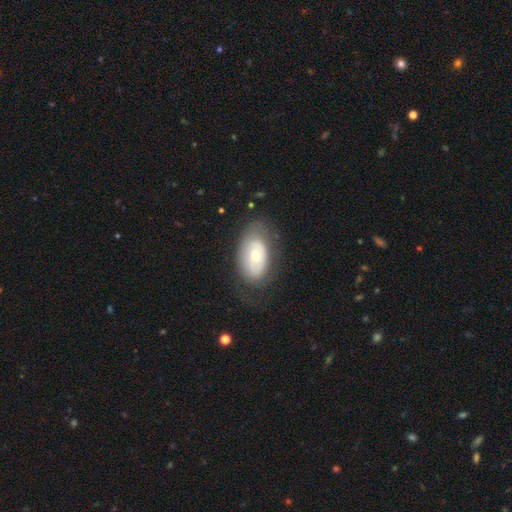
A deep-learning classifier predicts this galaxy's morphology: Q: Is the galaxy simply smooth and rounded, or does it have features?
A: featured or disk — 47%.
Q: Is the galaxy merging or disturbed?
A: none — 65%.